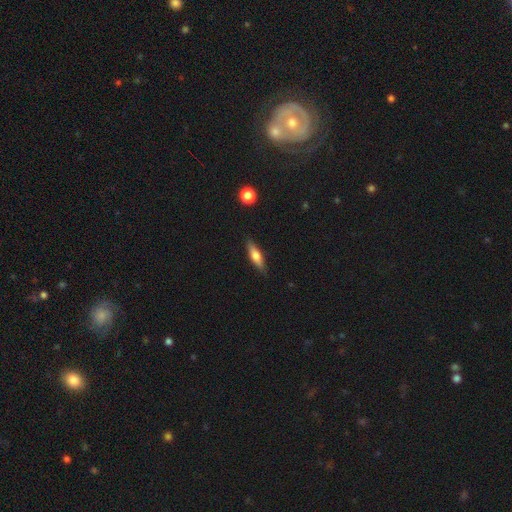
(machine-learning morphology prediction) The model was most divided on "smooth or featured": smooth: 59%, featured or disk: 35%, star or artifact: 6%. More confident: merging — none (86%); how rounded — cigar-shaped (64%).